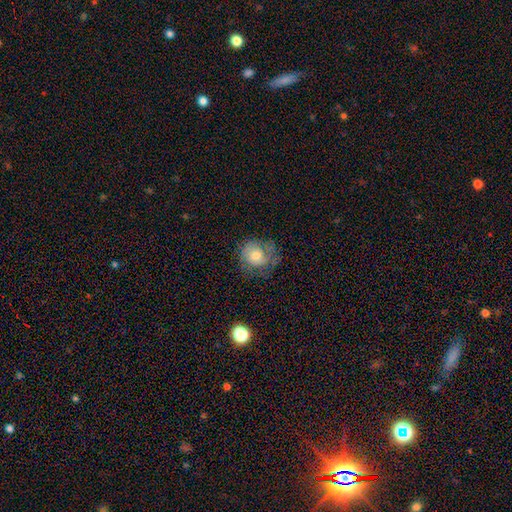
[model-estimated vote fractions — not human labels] A smooth galaxy with no disk features (53%) that is round (76%). Merging: none (56%).